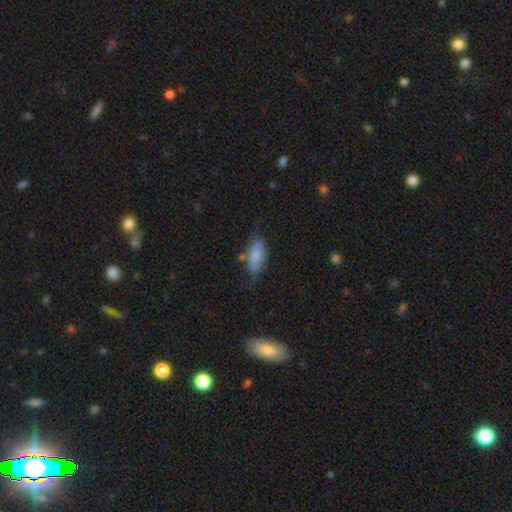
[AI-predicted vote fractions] smooth-or-featured: smooth: 72% | featured or disk: 21% | star or artifact: 8%
  how-rounded: in between: 83% | cigar-shaped: 14% | round: 3%
  merging: none: 54% | minor disturbance: 31% | major disturbance: 10% | merger: 6%